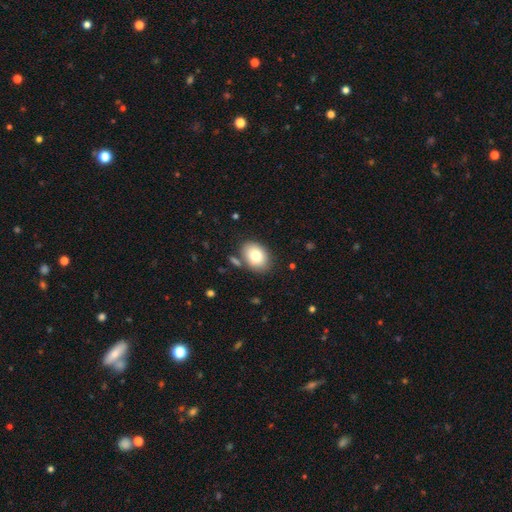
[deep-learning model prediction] This appears to be a smooth galaxy with no disk features (79%) that is in between round and cigar-shaped (76%). Merging: none (78%).